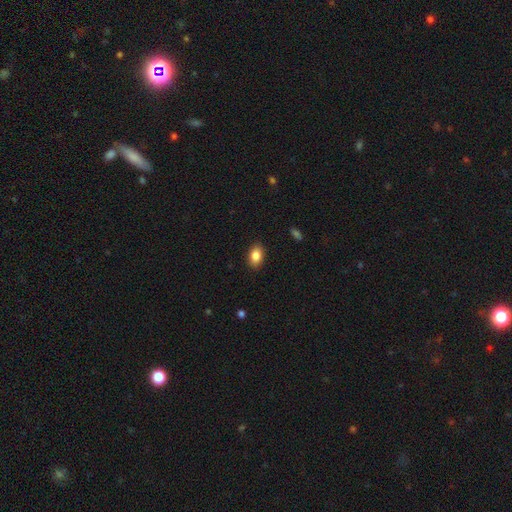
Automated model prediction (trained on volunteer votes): Morphology: type=smooth (86%); roundness=in between (87%); merging=none (88%).